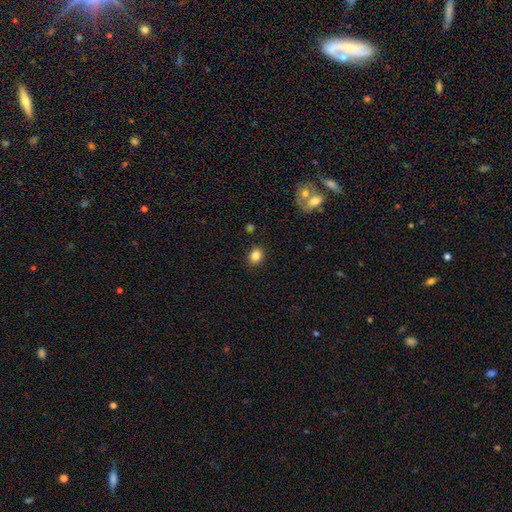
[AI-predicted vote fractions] Smooth or featured?
  - smooth: 84% *
  - star or artifact: 10%
  - featured or disk: 6%
How rounded?
  - in between: 51% *
  - round: 48%
  - cigar-shaped: 1%
Merging?
  - none: 88% *
  - minor disturbance: 8%
  - major disturbance: 2%
  - merger: 2%